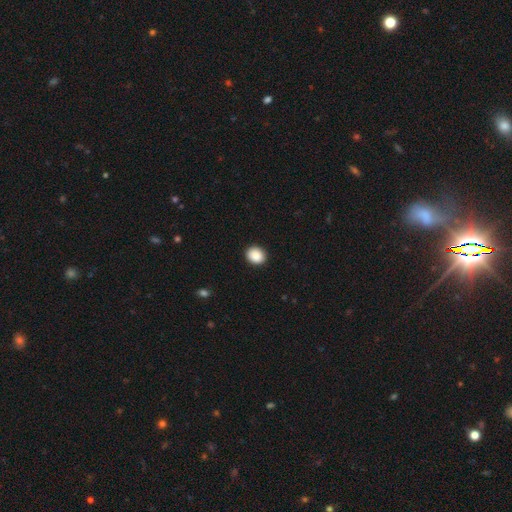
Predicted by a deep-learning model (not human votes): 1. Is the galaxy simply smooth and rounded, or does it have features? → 89% smooth, 8% star or artifact, 2% featured or disk.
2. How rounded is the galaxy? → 69% round, 30% in between, 1% cigar-shaped.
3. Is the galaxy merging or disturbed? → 91% none, 6% minor disturbance, 2% major disturbance, 1% merger.